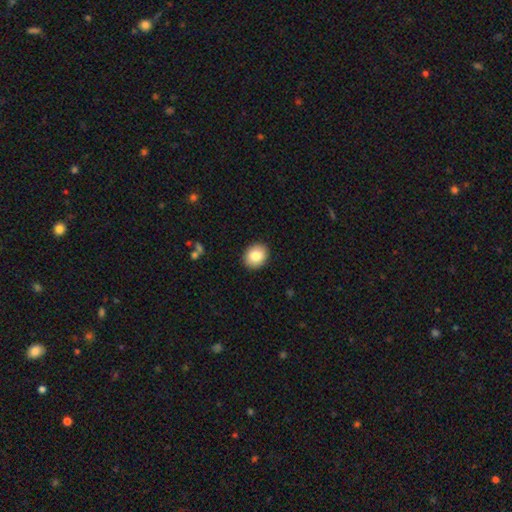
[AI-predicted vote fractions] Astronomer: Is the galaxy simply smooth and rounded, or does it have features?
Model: smooth — 83%.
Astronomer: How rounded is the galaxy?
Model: round — 55% (runner-up: in between, 44%).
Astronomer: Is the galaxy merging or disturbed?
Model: none — 91%.